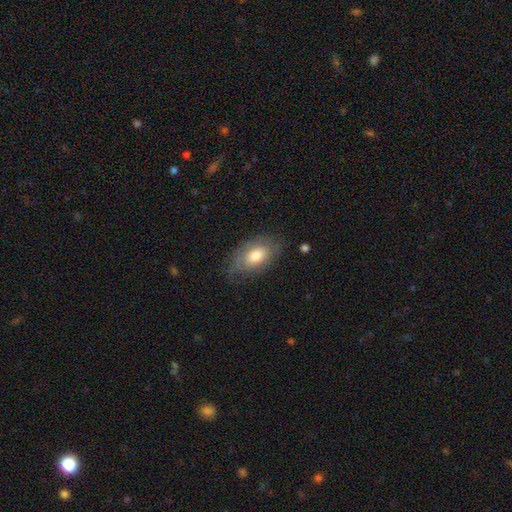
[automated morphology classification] Smooth or featured?
  - smooth: 65% *
  - featured or disk: 29%
  - star or artifact: 7%
How rounded?
  - in between: 92% *
  - round: 6%
  - cigar-shaped: 2%
Merging?
  - none: 68% *
  - minor disturbance: 23%
  - major disturbance: 8%
  - merger: 1%